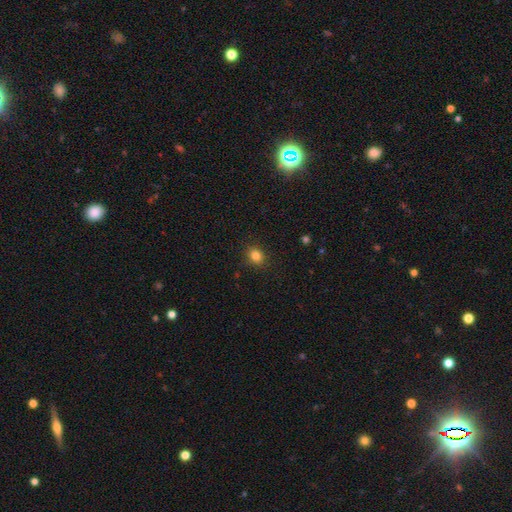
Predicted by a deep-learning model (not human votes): Smooth or featured? smooth (84%)
How rounded? round (68%)
Merging? none (89%)